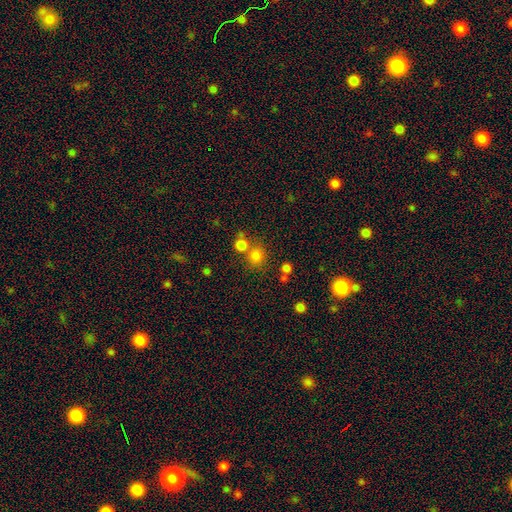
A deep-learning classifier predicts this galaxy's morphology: smooth_or_featured: smooth (p=0.77) [alt: star or artifact p=0.16]
how_rounded: round (p=0.84) [alt: in between p=0.15]
merging: none (p=0.63) [alt: merger p=0.25]